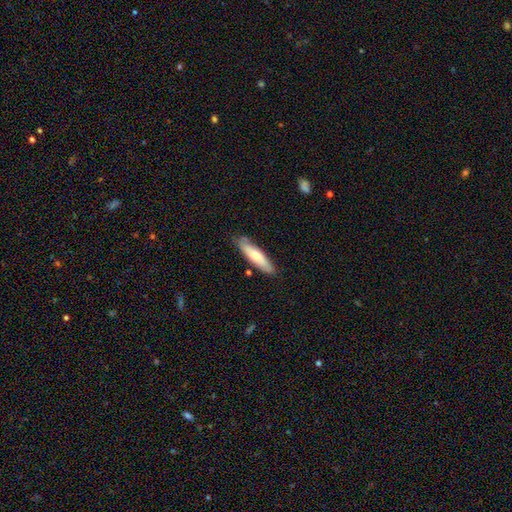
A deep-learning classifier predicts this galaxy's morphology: Overall: smooth (67%; featured or disk 28%). How rounded: cigar-shaped (71%). Merging: none (81%).